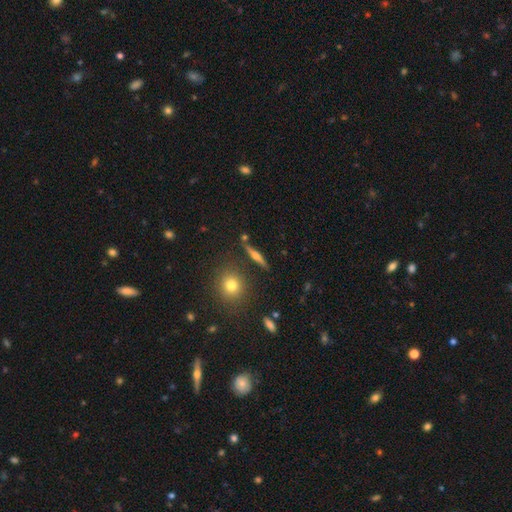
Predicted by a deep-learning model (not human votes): This appears to be a featured or disk galaxy (58%) viewed edge-on (93%) with a rounded central bulge (85%). Merging: none (83%).